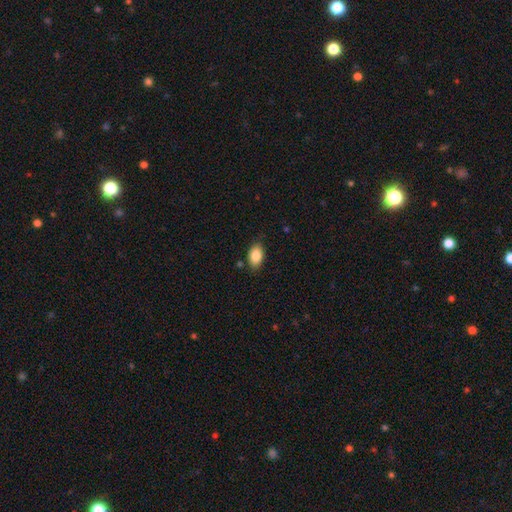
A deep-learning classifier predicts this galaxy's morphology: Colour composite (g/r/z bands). It shows a smooth galaxy with no disk features (86%) that is in between round and cigar-shaped (91%). Merging: none (82%).